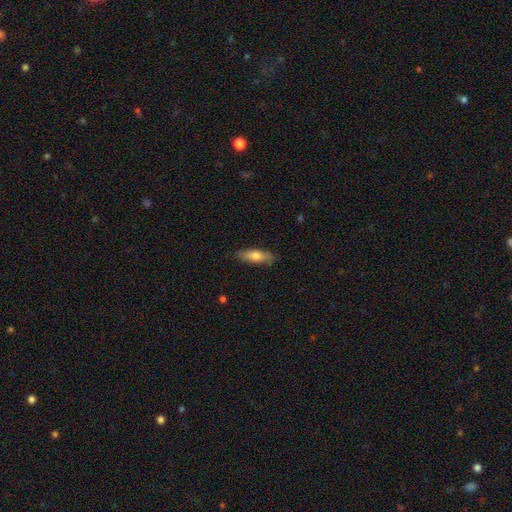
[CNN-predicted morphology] This is likely a smooth galaxy (71%). How rounded: possibly in between (49%). Merging: clearly none (84%).